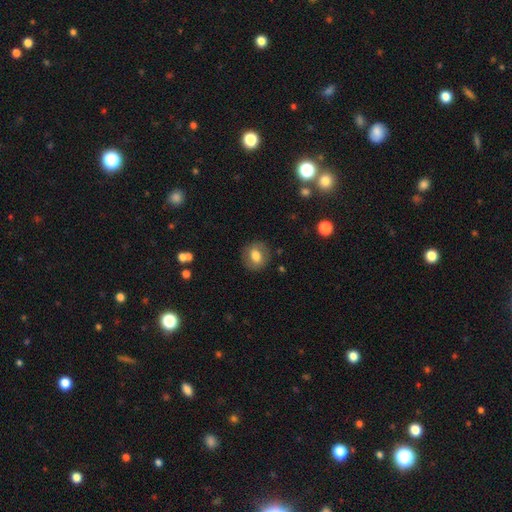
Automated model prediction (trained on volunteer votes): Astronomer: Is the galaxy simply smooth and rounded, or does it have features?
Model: smooth — 70%.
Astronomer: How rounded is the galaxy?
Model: round — 65%.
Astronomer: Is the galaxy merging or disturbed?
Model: none — 84%.